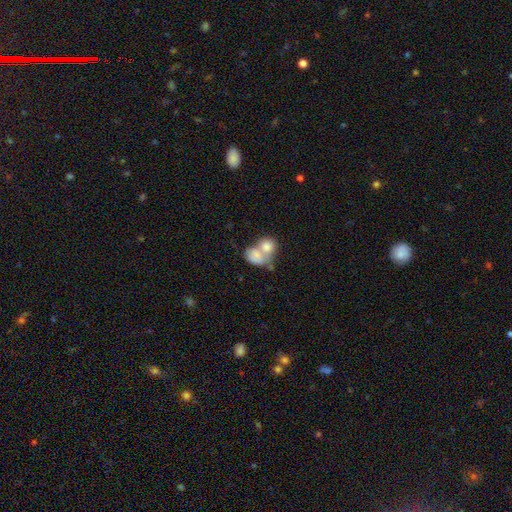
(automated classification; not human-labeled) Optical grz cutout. It shows a smooth galaxy with no disk features (77%) that is in between round and cigar-shaped (56%). Merging: merger (71%).